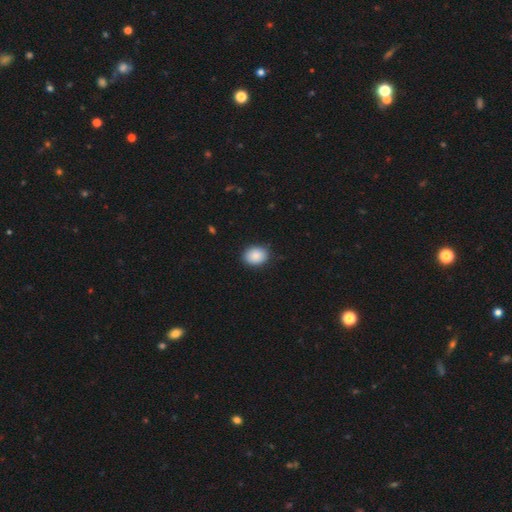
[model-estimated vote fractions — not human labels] The model was most divided on "how rounded": in between: 63%, round: 36%, cigar-shaped: 1%. More confident: smooth or featured — smooth (88%); merging — none (88%).